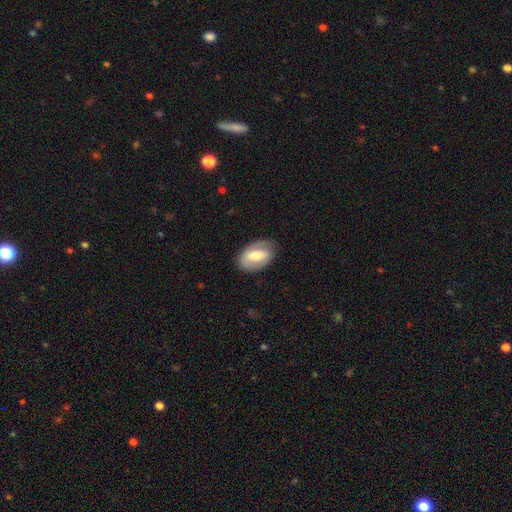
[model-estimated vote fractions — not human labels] Smooth or featured?
  - smooth: 47% * (tied)
  - featured or disk: 47% * (tied)
  - star or artifact: 6%
Merging?
  - none: 75% *
  - minor disturbance: 18%
  - major disturbance: 6%
  - merger: 1%